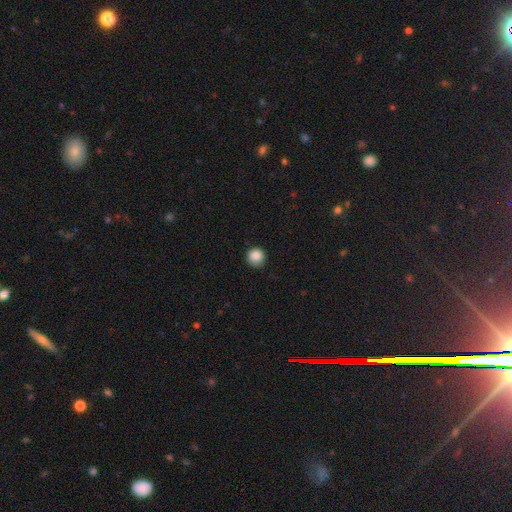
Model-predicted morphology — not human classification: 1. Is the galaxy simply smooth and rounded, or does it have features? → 87% smooth, 9% star or artifact, 4% featured or disk.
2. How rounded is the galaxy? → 93% round, 6% in between, 1% cigar-shaped.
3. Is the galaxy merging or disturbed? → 81% none, 15% minor disturbance, 3% major disturbance, 1% merger.